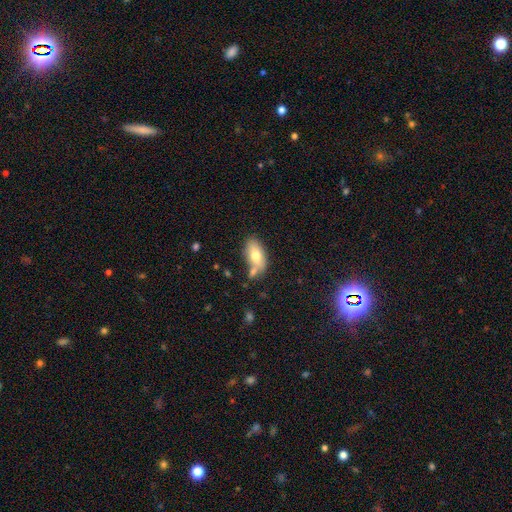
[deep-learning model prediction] Q: Smooth or featured?
A: smooth (72%); runner-up: featured or disk (21%)
Q: How rounded?
A: in between (91%); runner-up: cigar-shaped (5%)
Q: Merging?
A: none (58%); runner-up: merger (20%)